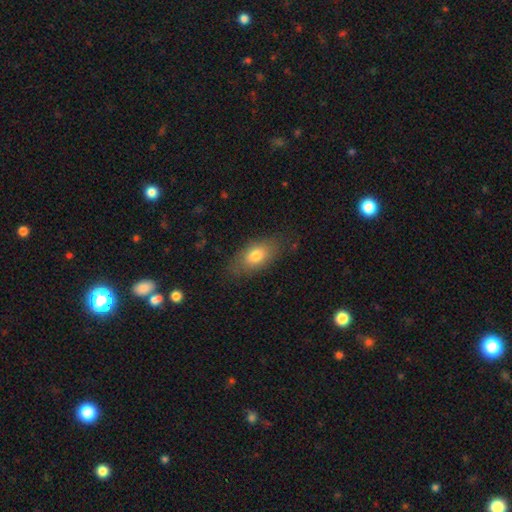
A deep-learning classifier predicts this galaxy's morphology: Overall: smooth (76%). How rounded: in between (87%). Merging: none (77%).